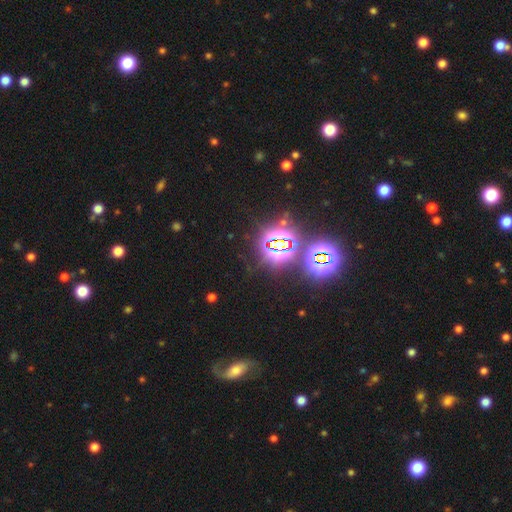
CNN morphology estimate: This appears to be a star or artifact, not a galaxy (79%).